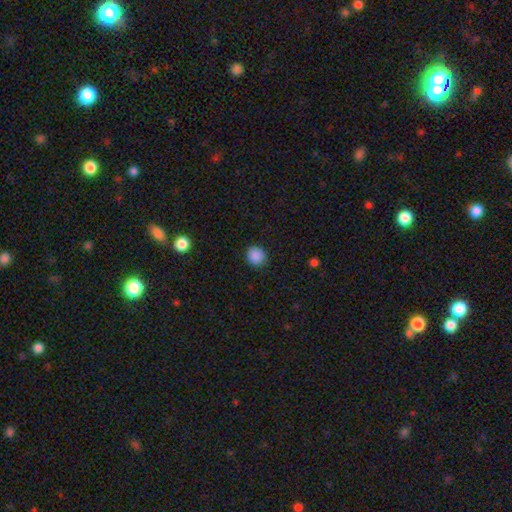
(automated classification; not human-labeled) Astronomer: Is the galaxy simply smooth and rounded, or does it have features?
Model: smooth — 88%.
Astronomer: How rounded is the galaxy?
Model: round — 88%.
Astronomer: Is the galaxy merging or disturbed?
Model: none — 90%.